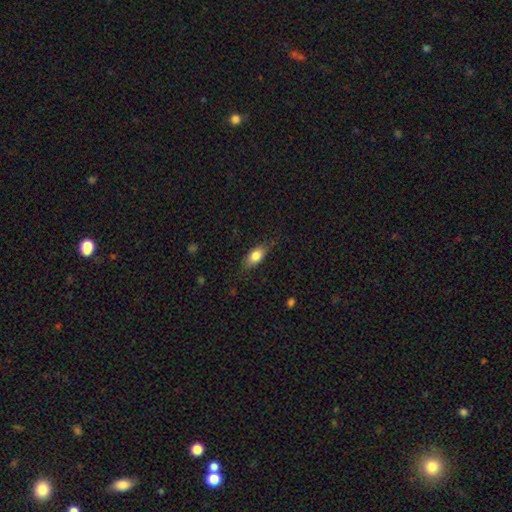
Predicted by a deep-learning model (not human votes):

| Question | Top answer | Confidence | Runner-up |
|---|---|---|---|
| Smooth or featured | smooth | 78% | featured or disk (15%) |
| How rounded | in between | 83% | cigar-shaped (13%) |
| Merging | none | 77% | minor disturbance (18%) |